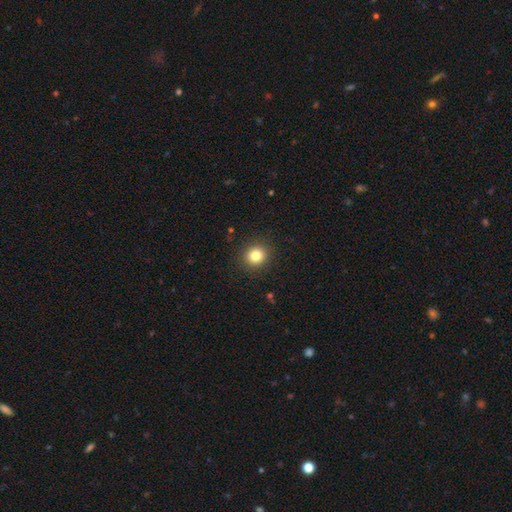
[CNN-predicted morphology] smooth_or_featured: smooth (p=0.82) [alt: star or artifact p=0.12]
how_rounded: round (p=0.89) [alt: in between p=0.10]
merging: none (p=0.91) [alt: minor disturbance p=0.06]